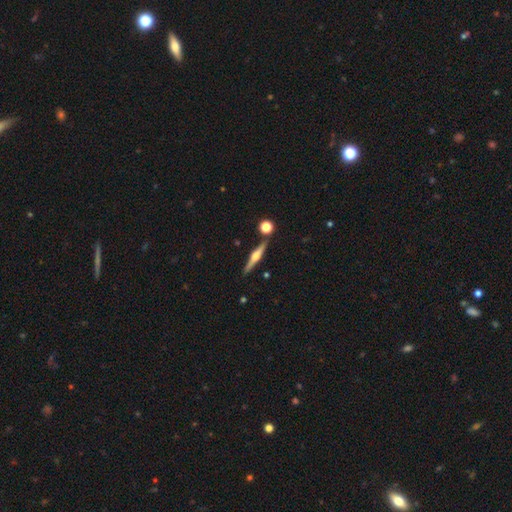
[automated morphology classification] This is likely a featured or disk galaxy (72%). It is clearly viewed edge-on (98%). Edge-on bulge: clearly rounded (87%). Merging: clearly none (86%).